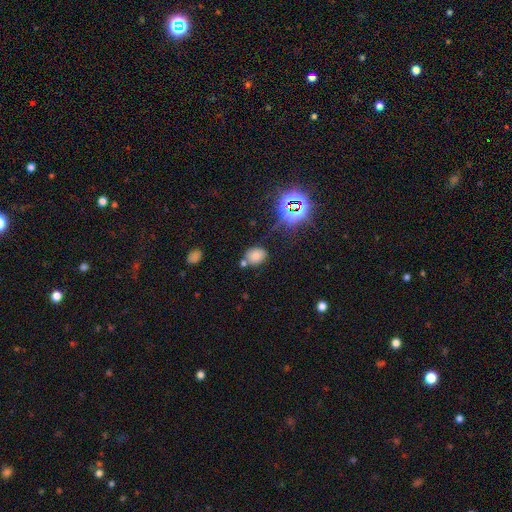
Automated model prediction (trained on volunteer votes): smooth-or-featured: smooth: 70% | star or artifact: 21% | featured or disk: 9%
  how-rounded: in between: 55% | round: 44% | cigar-shaped: 1%
  merging: none: 62% | minor disturbance: 17% | merger: 15% | major disturbance: 6%